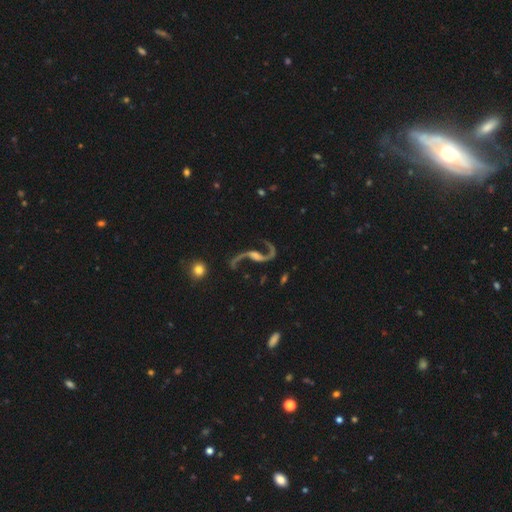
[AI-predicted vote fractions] A featured or disk galaxy (92%) with no bar (41%), 2 (93%) loose (86%) spiral arms (98%) and a small central bulge (34%).

Vote fractions:
- Smooth or featured? featured or disk: 92% / star or artifact: 5% / smooth: 3%
- Edge-on disk? no: 96% / yes: 4%
- Bar? no: 41% / weak: 38% / strong: 21%
- Spiral arms? yes: 98% / no: 2%
- Spiral winding? loose: 86% / medium: 12% / tight: 3%
- Spiral arm count? 2: 93% / 1: 3% / can't tell: 1% / 3: 1% / 4: 1% / more than 4: 1%
- Bulge size? small: 34% / moderate: 33% / none: 20% / large: 10% / dominant: 2%
- Merging? none: 70% / minor disturbance: 14% / major disturbance: 12% / merger: 4%